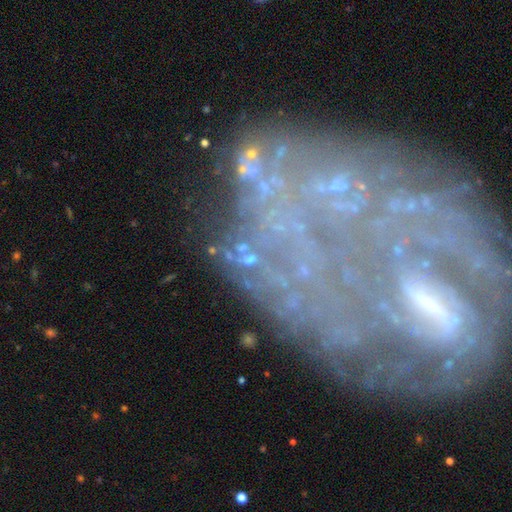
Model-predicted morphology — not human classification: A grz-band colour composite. It shows a featured or disk galaxy (55%). Merging: none (55%).